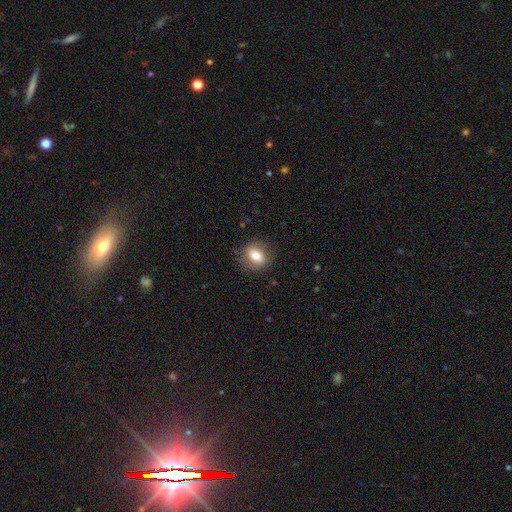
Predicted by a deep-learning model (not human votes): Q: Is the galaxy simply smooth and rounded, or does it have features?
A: smooth — 71%.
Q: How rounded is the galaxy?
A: round — 61%.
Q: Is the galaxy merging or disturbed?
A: none — 83%.